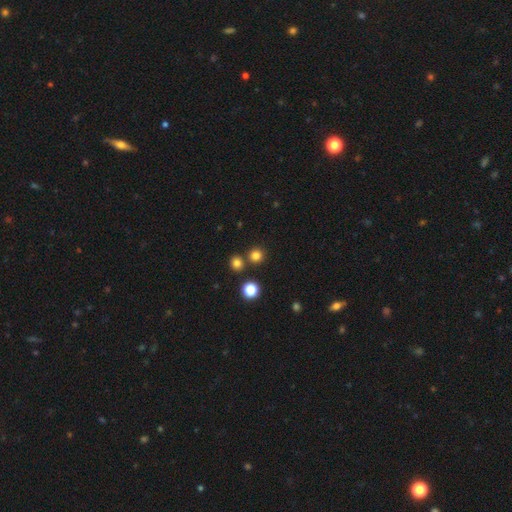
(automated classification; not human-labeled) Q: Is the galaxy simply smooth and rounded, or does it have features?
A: smooth — 79%.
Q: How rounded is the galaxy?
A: round — 93%.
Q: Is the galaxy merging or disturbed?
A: none — 80%.